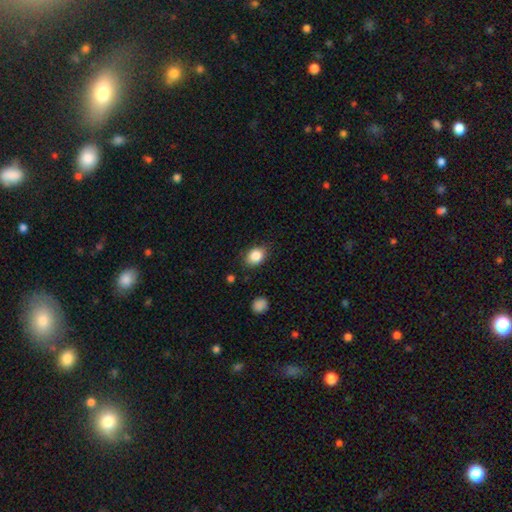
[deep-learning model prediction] This is clearly a smooth galaxy (86%). How rounded: likely in between (67%). Merging: likely none (80%).